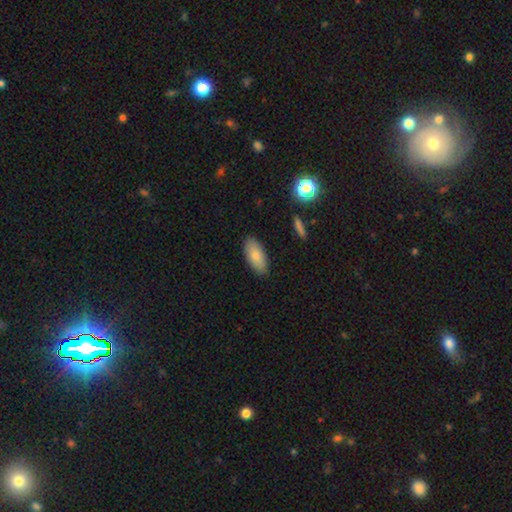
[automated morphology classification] smooth 80%, featured or disk 14%, star or artifact 7%. Down the decision tree: how rounded — in between (91%); merging — none (86%).